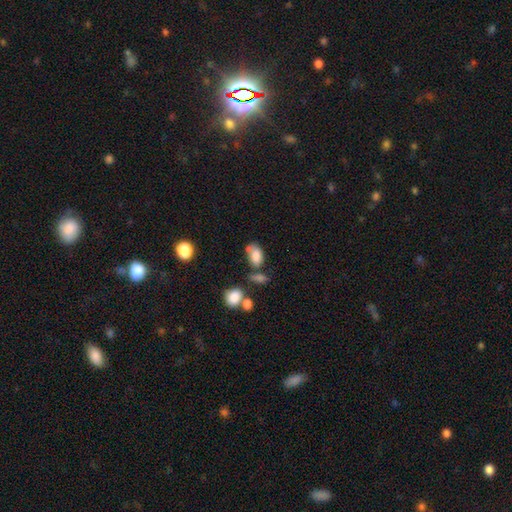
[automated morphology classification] Overall: smooth (78%). How rounded: in between (87%). Merging: none (37%; merger 25%).